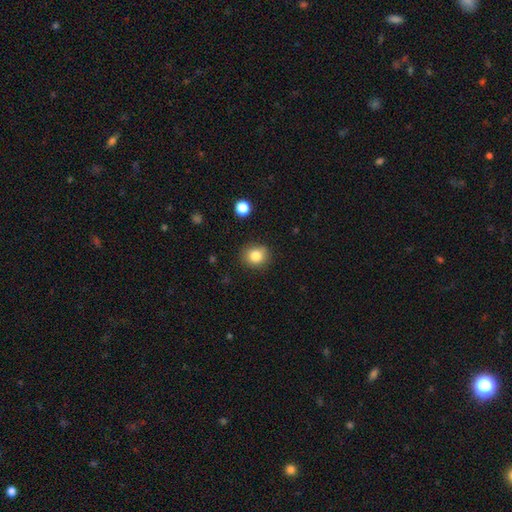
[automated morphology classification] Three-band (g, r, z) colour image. It shows a smooth galaxy with no disk features (83%) that is round (78%). Merging: none (84%).